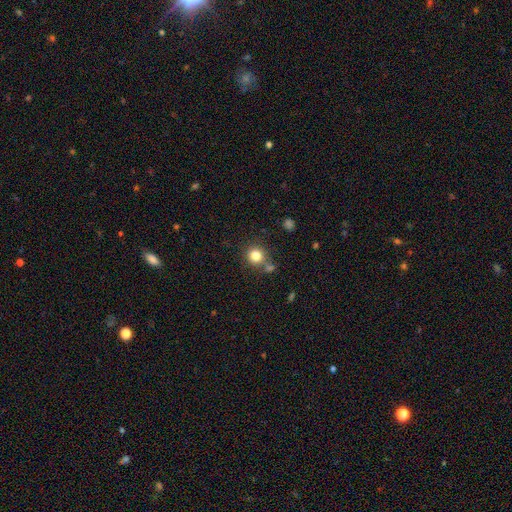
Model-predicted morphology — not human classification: Smooth or featured? Predicted: smooth (p=0.81). How rounded? Predicted: round (p=0.91). Merging? Predicted: none (p=0.71).